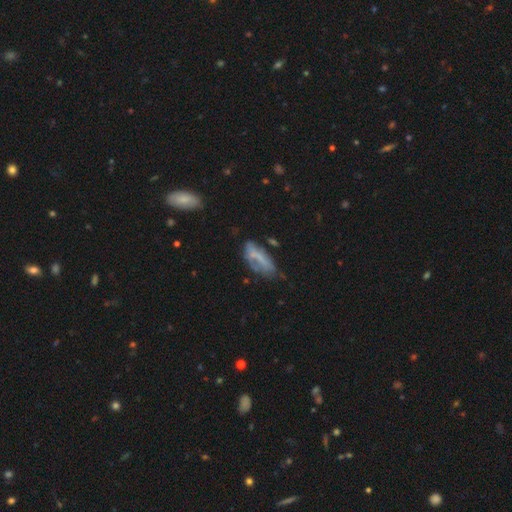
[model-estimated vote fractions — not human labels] This is possibly a smooth galaxy (49%). Merging: possibly none (47%).